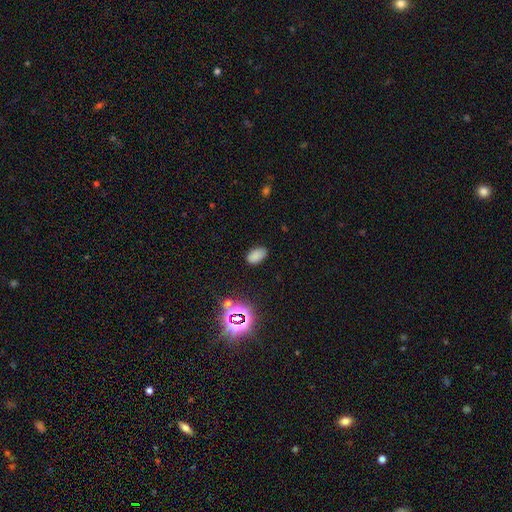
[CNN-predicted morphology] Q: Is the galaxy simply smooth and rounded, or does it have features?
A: smooth — 78%.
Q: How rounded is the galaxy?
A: in between — 93%.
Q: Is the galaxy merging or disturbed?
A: none — 84%.